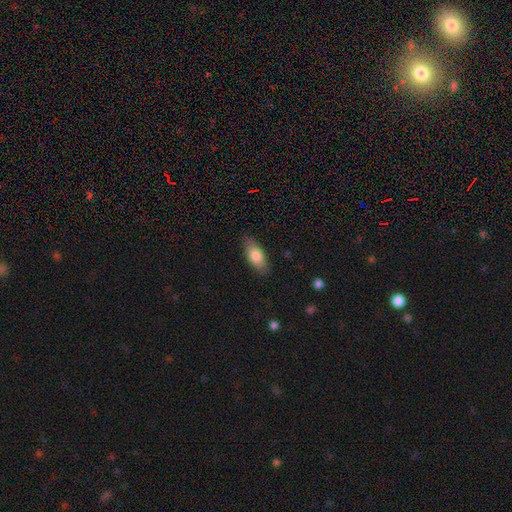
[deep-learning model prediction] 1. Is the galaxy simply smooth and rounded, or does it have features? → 80% smooth, 14% featured or disk, 6% star or artifact.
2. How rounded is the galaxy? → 84% in between, 13% cigar-shaped, 3% round.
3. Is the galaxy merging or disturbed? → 83% none, 13% minor disturbance, 3% major disturbance, 1% merger.